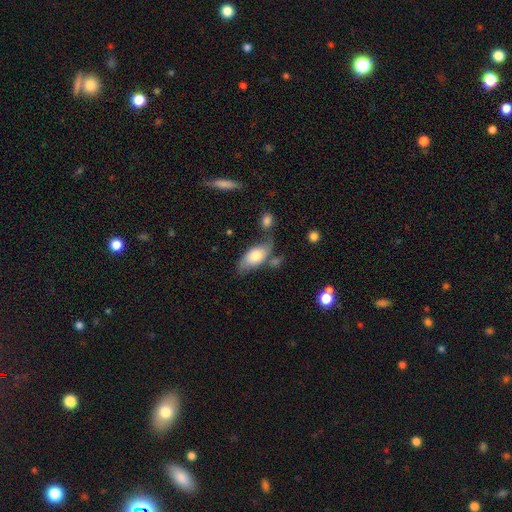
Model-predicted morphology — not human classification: smooth-or-featured: smooth: 66% | featured or disk: 28% | star or artifact: 6%
  how-rounded: in between: 89% | cigar-shaped: 7% | round: 4%
  merging: none: 51% | minor disturbance: 24% | merger: 16% | major disturbance: 9%